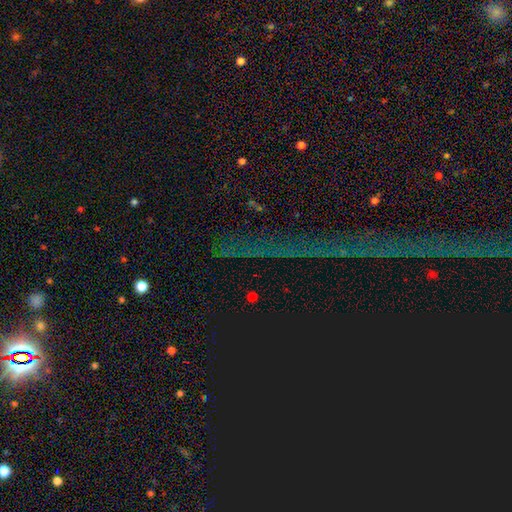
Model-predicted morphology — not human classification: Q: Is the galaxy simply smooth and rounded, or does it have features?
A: star or artifact — 87%.